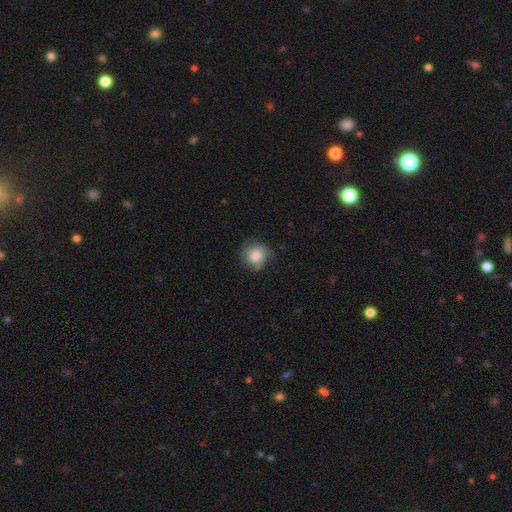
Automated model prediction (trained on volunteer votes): Smooth or featured?
  - smooth: 74% *
  - featured or disk: 18%
  - star or artifact: 8%
How rounded?
  - round: 85% *
  - in between: 14%
  - cigar-shaped: 1%
Merging?
  - none: 68% *
  - minor disturbance: 24%
  - major disturbance: 7%
  - merger: 1%